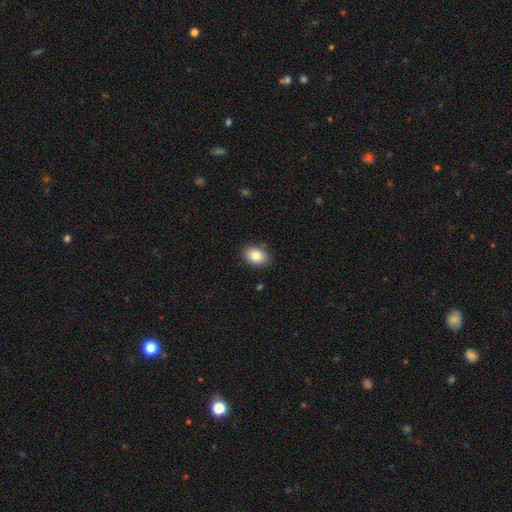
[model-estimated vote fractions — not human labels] Overall: smooth (84%). How rounded: in between (80%). Merging: none (86%).